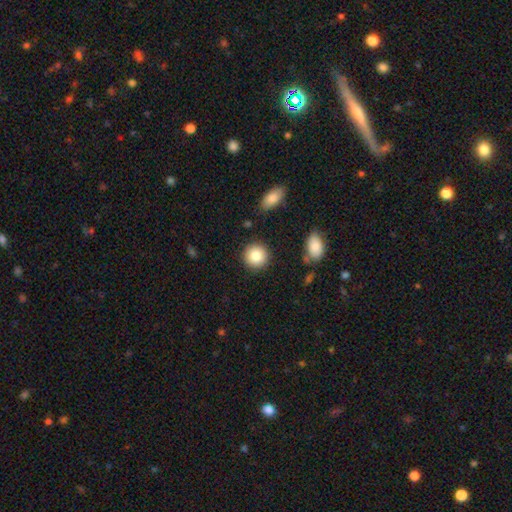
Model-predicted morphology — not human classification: Smooth or featured?
  - smooth: 85% *
  - star or artifact: 8%
  - featured or disk: 7%
How rounded?
  - round: 92% *
  - in between: 7%
  - cigar-shaped: 1%
Merging?
  - none: 89% *
  - minor disturbance: 7%
  - major disturbance: 2%
  - merger: 2%